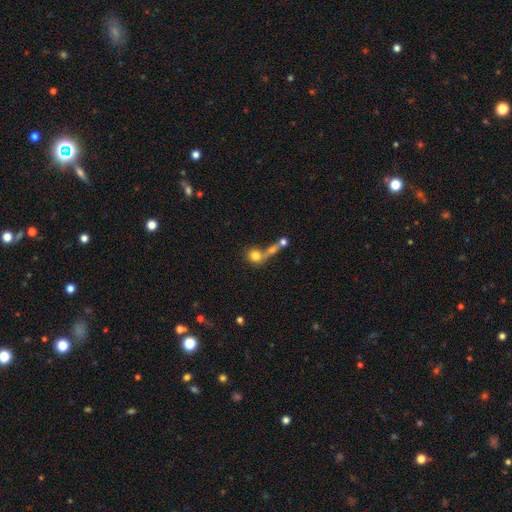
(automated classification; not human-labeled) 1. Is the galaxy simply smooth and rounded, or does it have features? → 76% smooth, 13% featured or disk, 11% star or artifact.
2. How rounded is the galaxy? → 77% round, 20% in between, 4% cigar-shaped.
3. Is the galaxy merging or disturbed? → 48% merger, 35% none, 9% minor disturbance, 8% major disturbance.